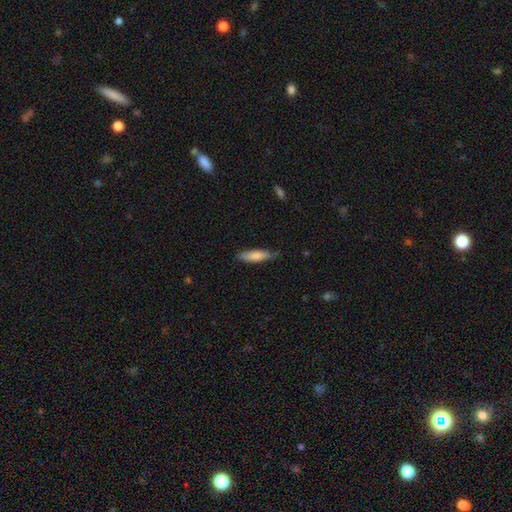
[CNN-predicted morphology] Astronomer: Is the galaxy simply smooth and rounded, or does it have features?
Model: smooth — 78%.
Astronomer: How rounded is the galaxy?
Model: cigar-shaped — 62%.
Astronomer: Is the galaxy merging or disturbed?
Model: none — 74%.